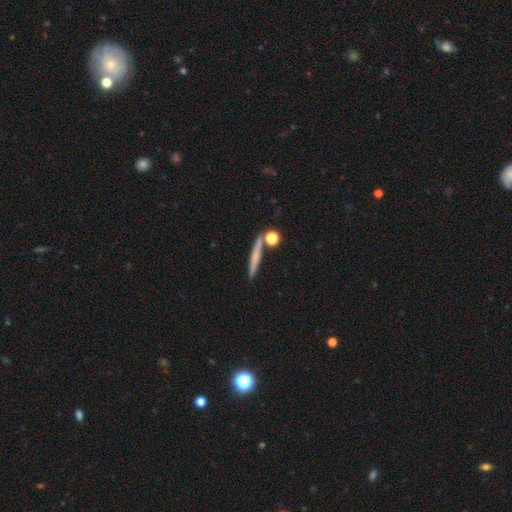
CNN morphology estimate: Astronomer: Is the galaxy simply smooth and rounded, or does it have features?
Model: smooth — 57% (runner-up: featured or disk, 33%).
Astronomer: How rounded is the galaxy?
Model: cigar-shaped — 85%.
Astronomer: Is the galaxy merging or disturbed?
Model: none — 78%.